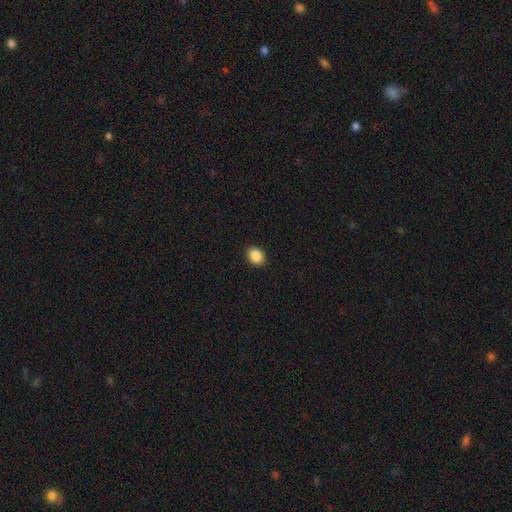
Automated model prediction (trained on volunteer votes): The model was most divided on "how rounded": in between: 54%, round: 45%, cigar-shaped: 1%. More confident: merging — none (91%); smooth or featured — smooth (88%).